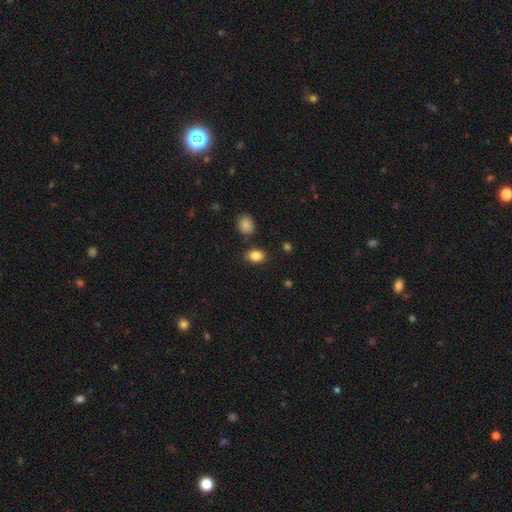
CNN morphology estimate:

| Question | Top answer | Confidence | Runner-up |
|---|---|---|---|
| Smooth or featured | smooth | 85% | star or artifact (9%) |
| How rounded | in between | 70% | round (29%) |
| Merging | none | 81% | minor disturbance (12%) |